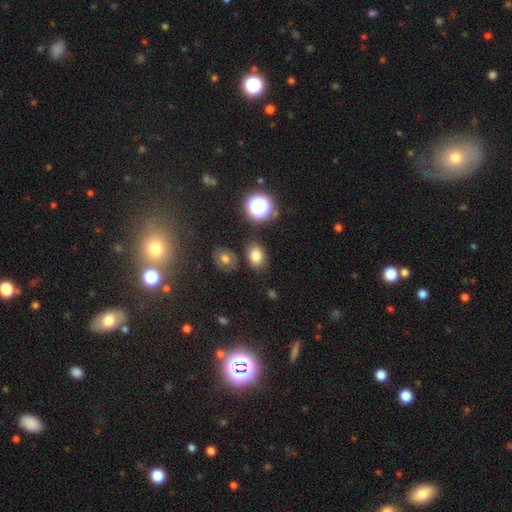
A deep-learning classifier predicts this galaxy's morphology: smooth 78%, star or artifact 15%, featured or disk 7%. Down the decision tree: how rounded — in between (73%); merging — none (78%).